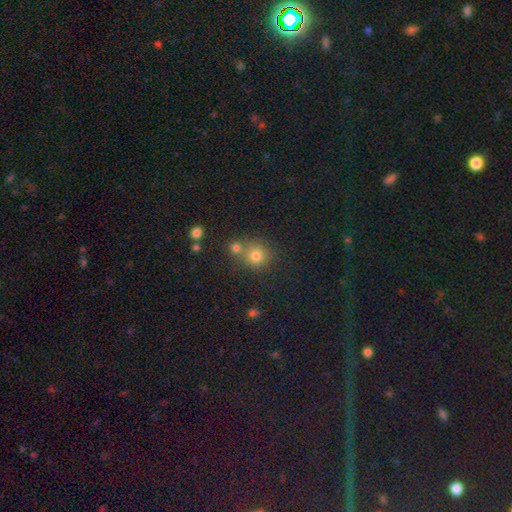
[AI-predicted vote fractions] smooth-or-featured: smooth: 75% | star or artifact: 16% | featured or disk: 9%
  how-rounded: round: 87% | in between: 12% | cigar-shaped: 1%
  merging: none: 58% | merger: 31% | minor disturbance: 9% | major disturbance: 3%